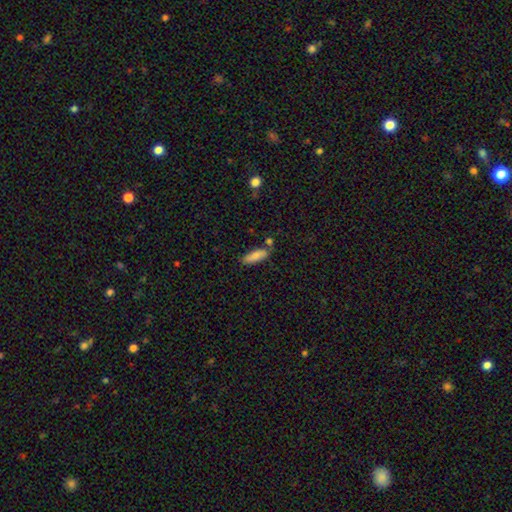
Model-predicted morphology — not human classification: This appears to be a smooth galaxy with no disk features (85%) that is in between round and cigar-shaped (63%). Merging: none (71%).